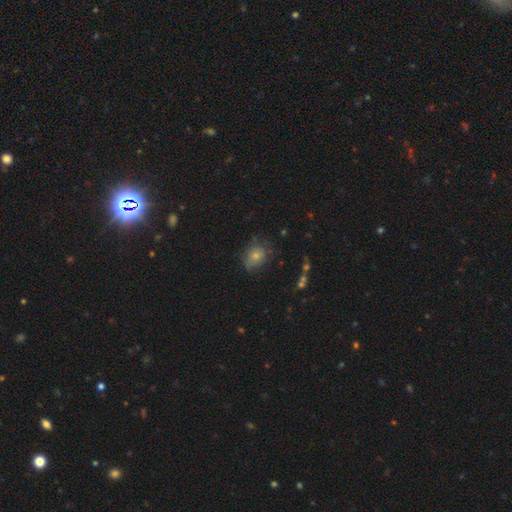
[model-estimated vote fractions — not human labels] Q: Smooth or featured?
A: smooth (72%); runner-up: featured or disk (17%)
Q: How rounded?
A: in between (56%); runner-up: round (42%)
Q: Merging?
A: none (56%); runner-up: minor disturbance (30%)